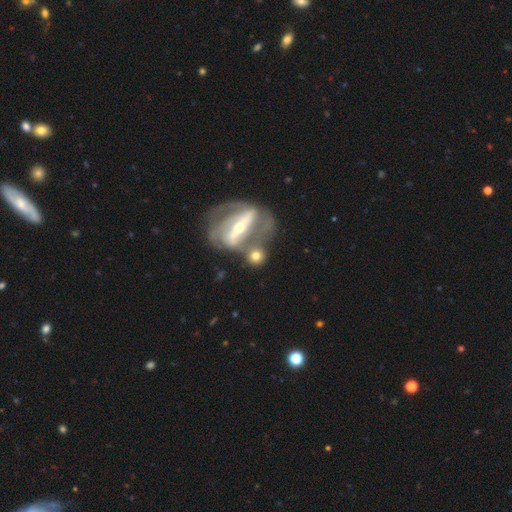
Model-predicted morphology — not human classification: A smooth galaxy with no disk features (47%). Merging: none (46%).